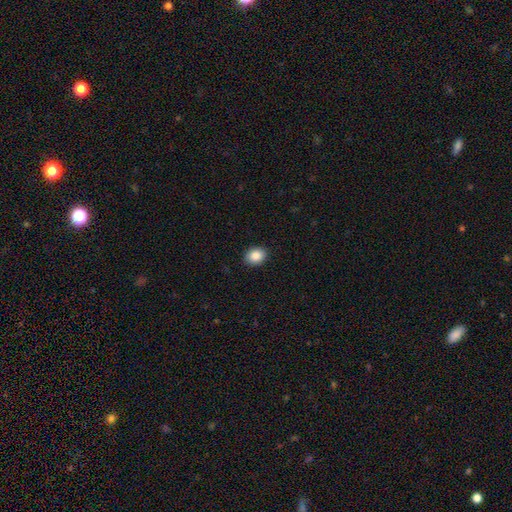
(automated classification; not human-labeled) smooth 87%, star or artifact 8%, featured or disk 4%. Down the decision tree: how rounded — in between (57%); merging — none (90%).